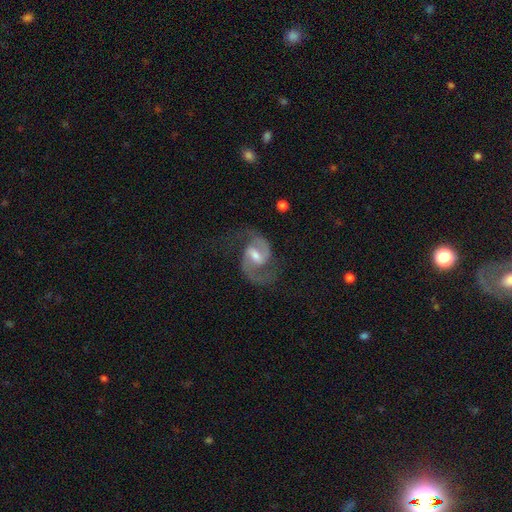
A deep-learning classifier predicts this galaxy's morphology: The model was most divided on "bulge size": moderate: 55%, small: 32%, large: 6%, none: 5%, dominant: 1%. More confident: edge-on disk — no (98%); spiral arms — yes (98%); spiral arm count — 2 (94%); smooth or featured — featured or disk (91%); merging — none (75%); spiral winding — medium (60%); bar — weak (57%).